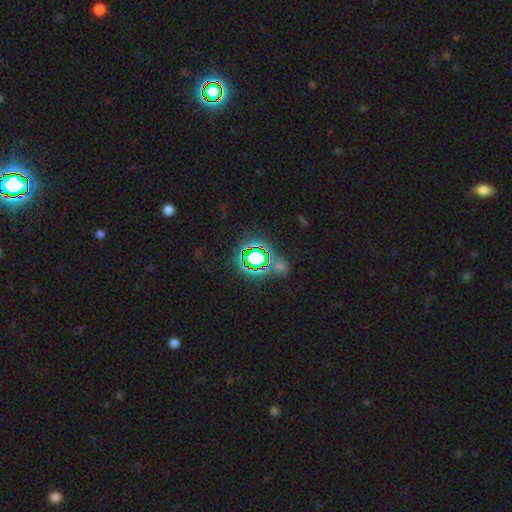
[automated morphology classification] A star or artifact, not a galaxy (71%).